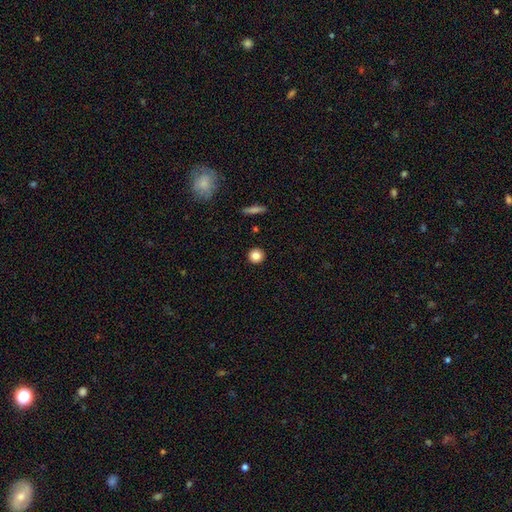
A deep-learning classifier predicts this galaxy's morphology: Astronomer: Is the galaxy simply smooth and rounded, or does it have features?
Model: smooth — 84%.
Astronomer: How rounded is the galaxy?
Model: round — 95%.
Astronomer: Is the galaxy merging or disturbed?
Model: none — 92%.